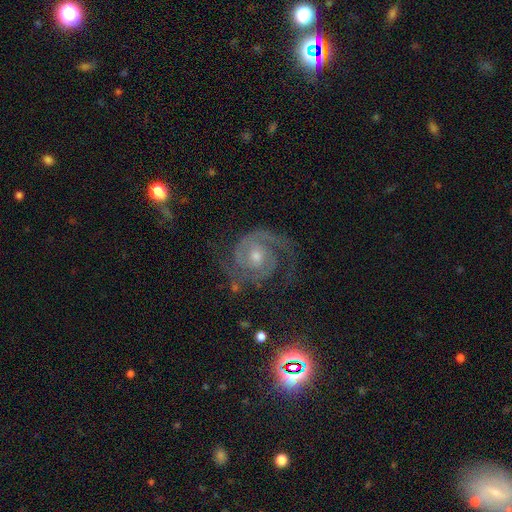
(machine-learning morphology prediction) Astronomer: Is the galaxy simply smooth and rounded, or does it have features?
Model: featured or disk — 89%.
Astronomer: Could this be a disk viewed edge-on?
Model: no — 98%.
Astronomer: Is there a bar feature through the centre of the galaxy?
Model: no — 64%.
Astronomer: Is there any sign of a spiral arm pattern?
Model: yes — 98%.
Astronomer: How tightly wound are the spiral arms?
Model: tight — 51% (runner-up: medium, 40%).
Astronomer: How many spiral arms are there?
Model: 2 — 77%.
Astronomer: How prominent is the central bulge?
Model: moderate — 49% (runner-up: small, 46%).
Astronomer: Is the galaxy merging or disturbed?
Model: none — 70%.